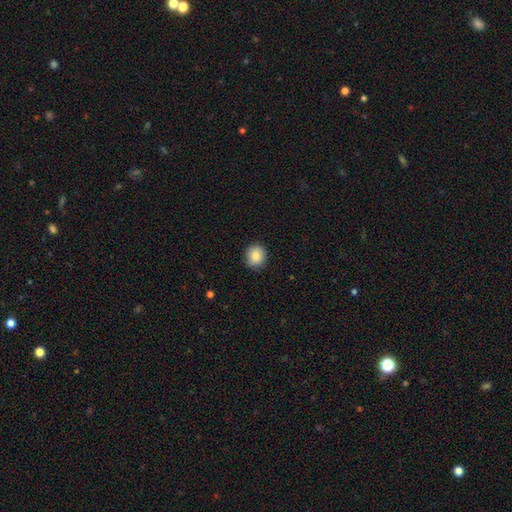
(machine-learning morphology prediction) This appears to be a smooth galaxy with no disk features (87%) that is round (83%). Merging: none (89%).